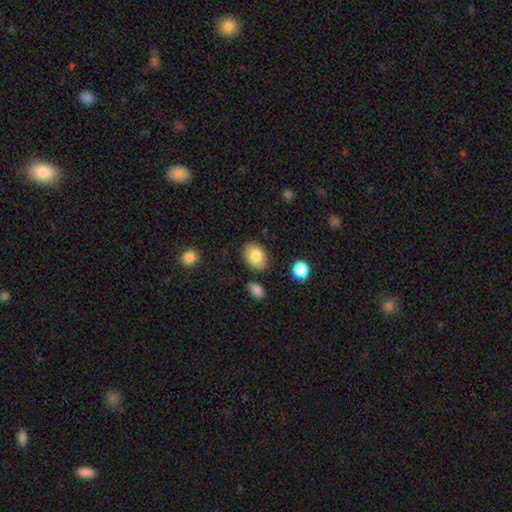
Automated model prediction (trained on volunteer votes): Overall: smooth (83%). How rounded: in between (77%). Merging: none (81%).